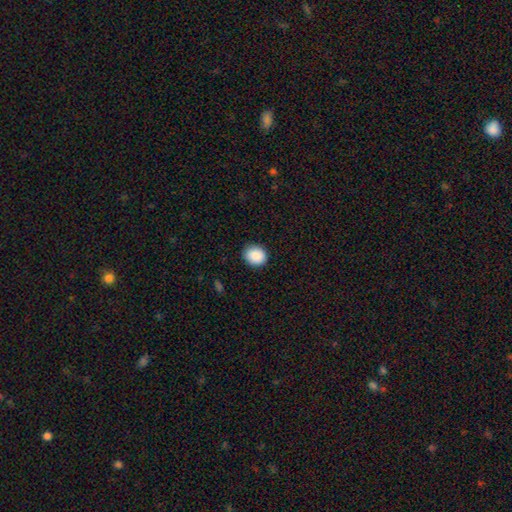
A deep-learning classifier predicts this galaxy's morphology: Smooth or featured? smooth (89%)
How rounded? round (68%)
Merging? none (88%)